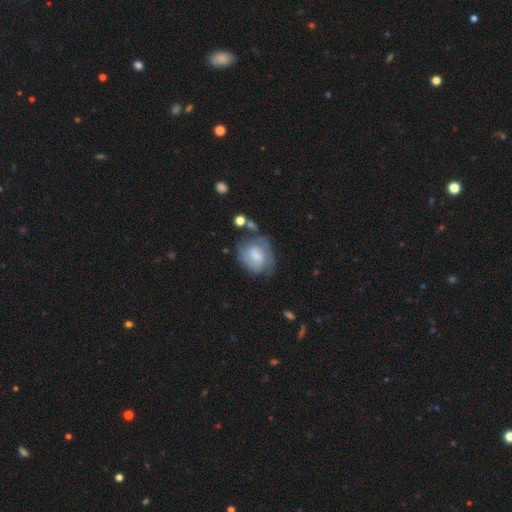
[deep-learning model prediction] A featured or disk galaxy (52%) with no bar (56%), spiral arms (78%) and a moderate central bulge (30%). Merging: none (50%).